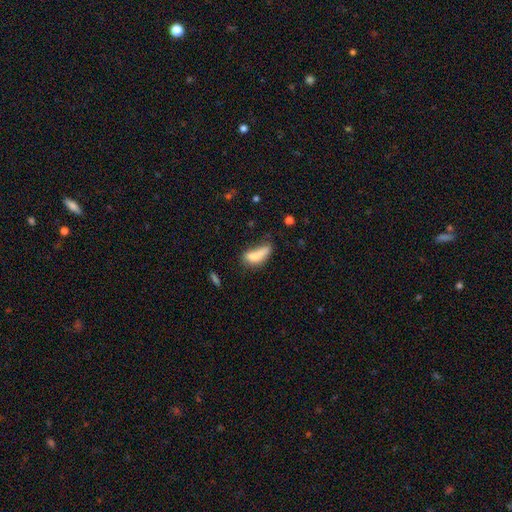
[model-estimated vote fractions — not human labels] smooth_or_featured: smooth (p=0.70) [alt: featured or disk p=0.20]
how_rounded: in between (p=0.68) [alt: cigar-shaped p=0.27]
merging: none (p=0.28) [alt: merger p=0.26]